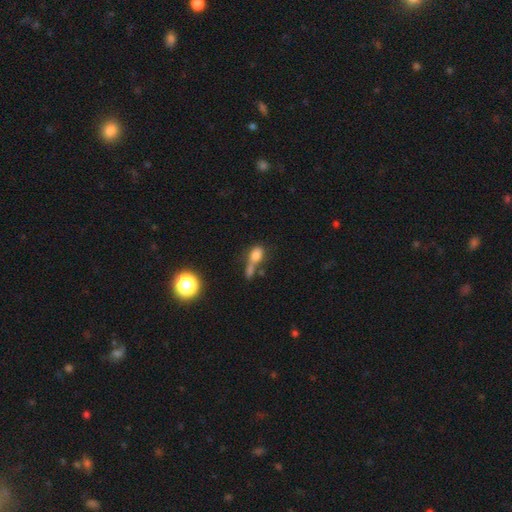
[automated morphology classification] smooth_or_featured: smooth (p=0.72) [alt: star or artifact p=0.14]
how_rounded: in between (p=0.64) [alt: round p=0.28]
merging: merger (p=0.47) [alt: none p=0.26]